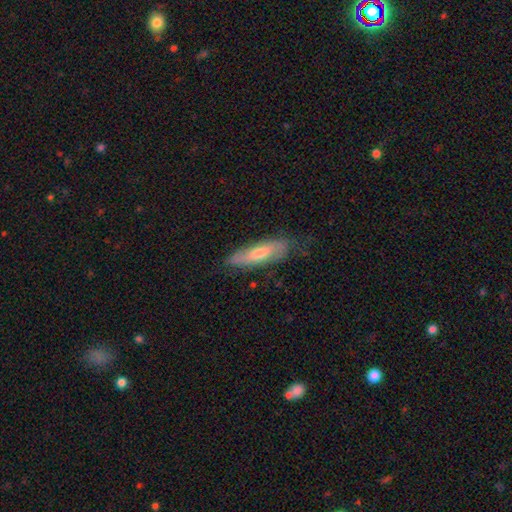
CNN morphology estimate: Overall: smooth (46%; featured or disk 45%). Merging: none (74%).